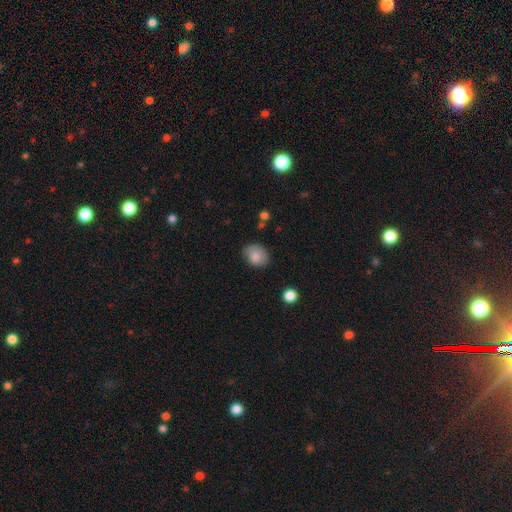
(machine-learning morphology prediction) Overall: smooth (84%). How rounded: in between (58%; round 41%). Merging: none (71%).